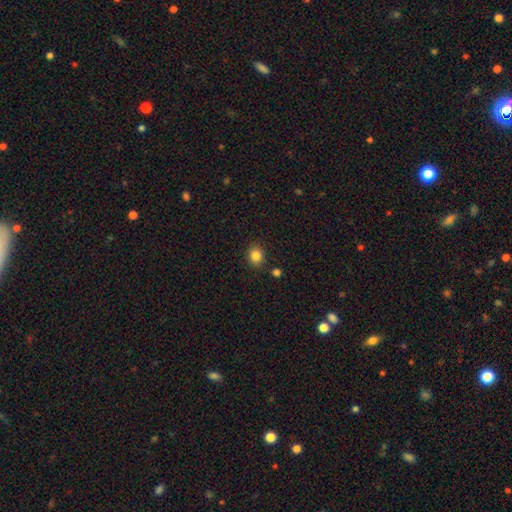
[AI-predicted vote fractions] A smooth galaxy with no disk features (84%) that is round (69%). Merging: none (85%).